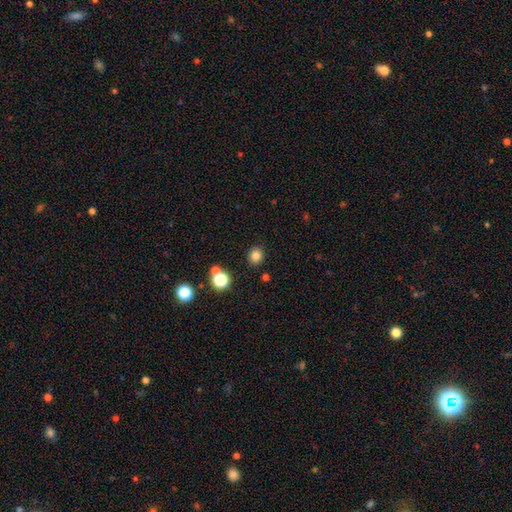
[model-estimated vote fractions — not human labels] Smooth or featured: smooth — 81% (star or artifact — 14%)
How rounded: round — 81% (in between — 18%)
Merging: none — 88% (minor disturbance — 7%)